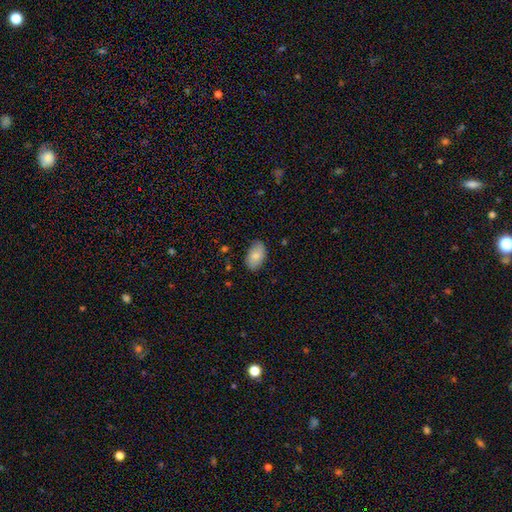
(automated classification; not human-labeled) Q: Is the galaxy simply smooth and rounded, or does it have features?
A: smooth — 82%.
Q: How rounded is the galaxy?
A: in between — 93%.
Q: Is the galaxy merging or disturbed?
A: none — 83%.